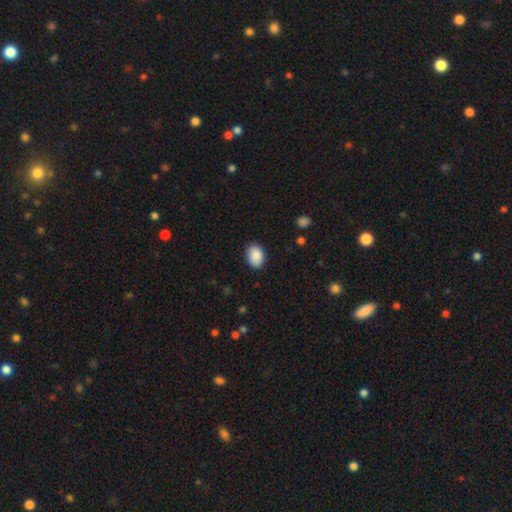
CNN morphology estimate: Smooth or featured?
  - smooth: 90% *
  - star or artifact: 7%
  - featured or disk: 4%
How rounded?
  - in between: 77% *
  - round: 22%
  - cigar-shaped: 1%
Merging?
  - none: 86% *
  - minor disturbance: 11%
  - major disturbance: 2%
  - merger: 1%